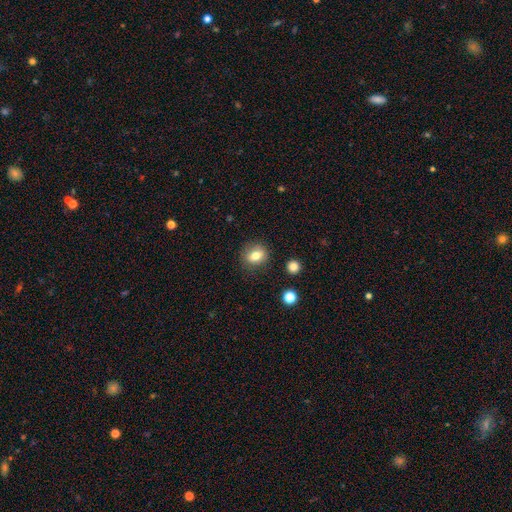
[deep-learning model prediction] Morphology: type=smooth (77%); roundness=round (57%); merging=none (84%).